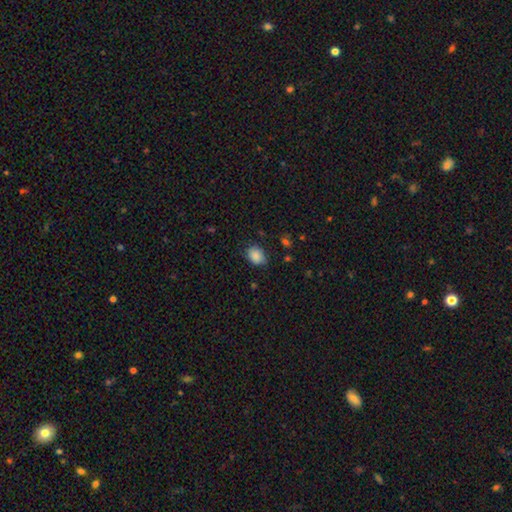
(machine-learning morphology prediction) type=smooth (87%); roundness=in between (64%); merging=none (74%).